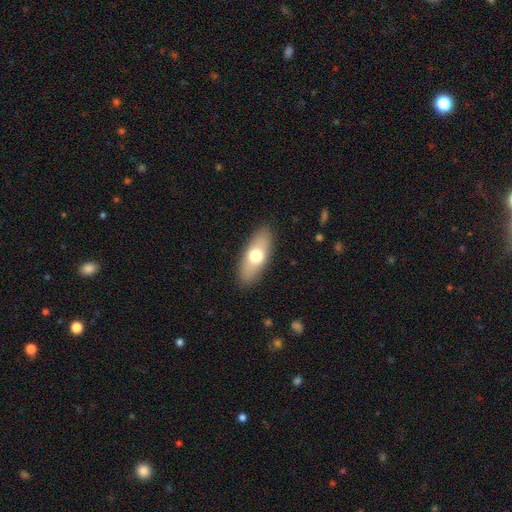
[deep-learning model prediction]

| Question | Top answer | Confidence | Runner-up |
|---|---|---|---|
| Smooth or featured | smooth | 65% | featured or disk (28%) |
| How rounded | in between | 74% | cigar-shaped (22%) |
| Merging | none | 88% | minor disturbance (9%) |